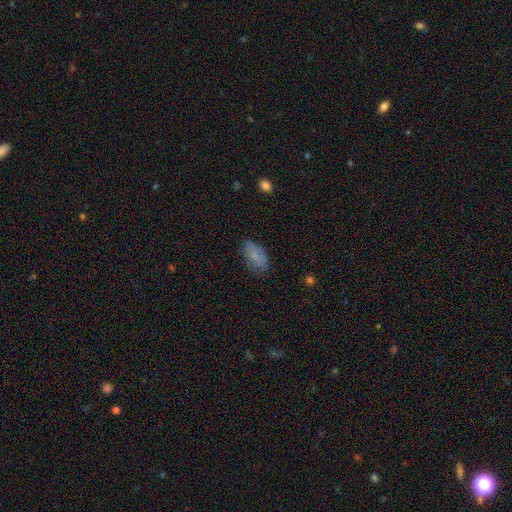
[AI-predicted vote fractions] smooth-or-featured: smooth: 79% | featured or disk: 13% | star or artifact: 8%
  how-rounded: in between: 92% | cigar-shaped: 4% | round: 4%
  merging: none: 71% | minor disturbance: 22% | major disturbance: 5% | merger: 1%